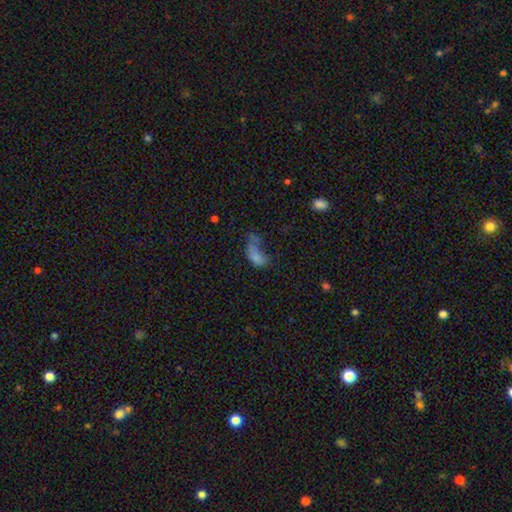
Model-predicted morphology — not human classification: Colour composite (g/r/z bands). It shows a smooth galaxy with no disk features (67%) that is in between round and cigar-shaped (89%). Merging: major disturbance (45%).